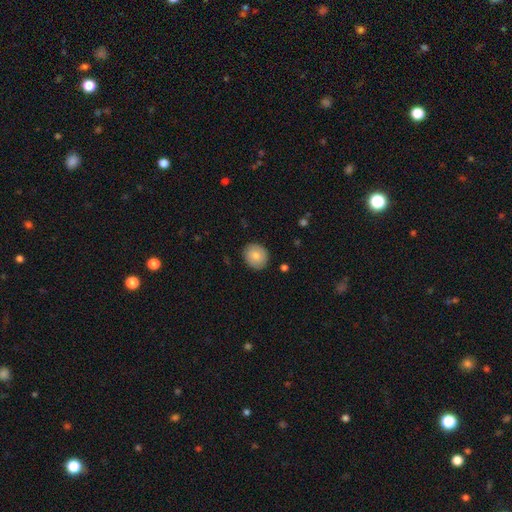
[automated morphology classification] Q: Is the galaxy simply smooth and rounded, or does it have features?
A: smooth — 81%.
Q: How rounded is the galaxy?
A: round — 80%.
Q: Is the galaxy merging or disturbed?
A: none — 89%.